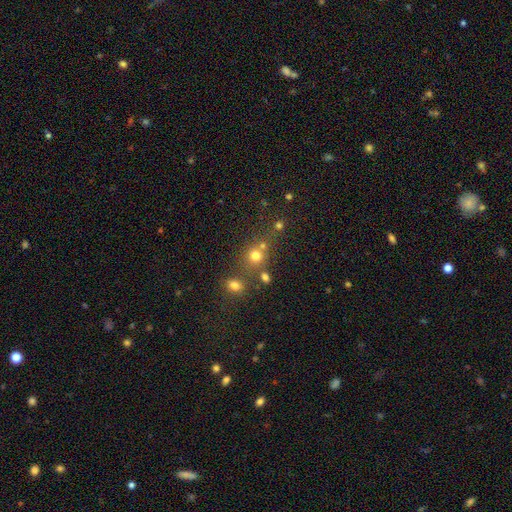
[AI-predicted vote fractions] smooth_or_featured: smooth (p=0.71) [alt: star or artifact p=0.19]
how_rounded: round (p=0.83) [alt: in between p=0.16]
merging: none (p=0.56) [alt: merger p=0.28]